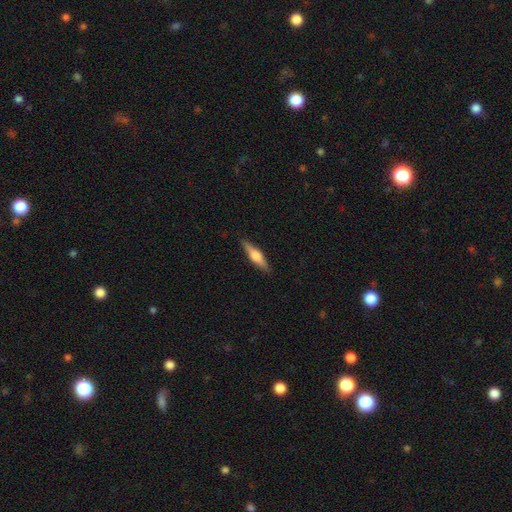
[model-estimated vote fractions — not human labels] Overall: featured or disk (53%; smooth 41%). Edge-on disk: yes (96%). Edge-on bulge: rounded (84%). Merging: none (89%).